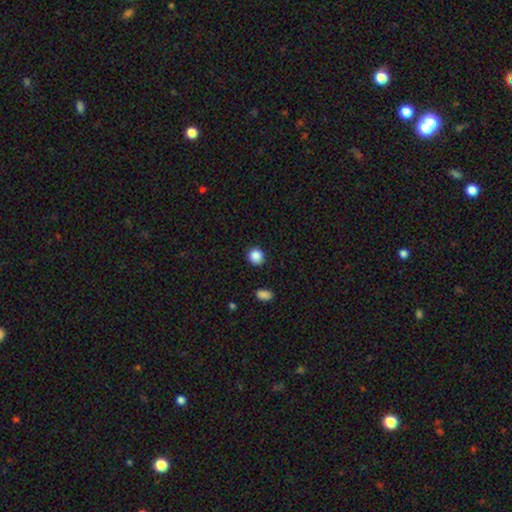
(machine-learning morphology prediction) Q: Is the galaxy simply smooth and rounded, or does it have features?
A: smooth — 88%.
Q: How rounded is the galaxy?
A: round — 86%.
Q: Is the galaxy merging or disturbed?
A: none — 89%.